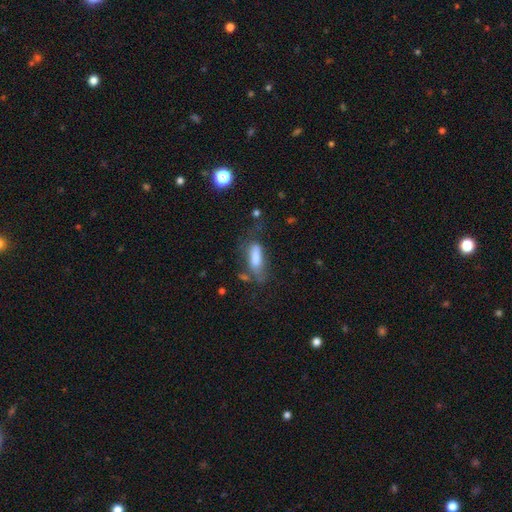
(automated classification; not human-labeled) A smooth galaxy with no disk features (65%) that is in between round and cigar-shaped (55%). Merging: none (42%).